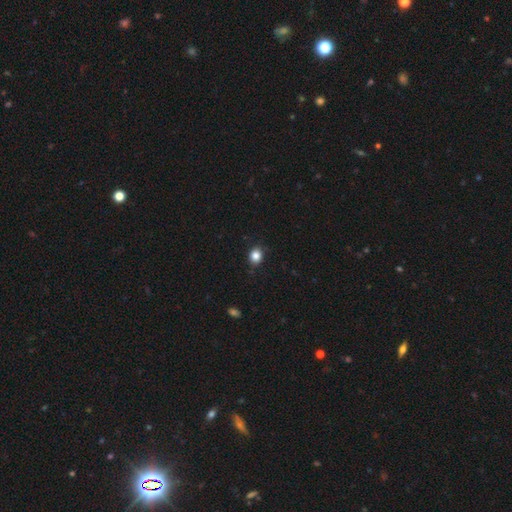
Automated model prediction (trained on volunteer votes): Morphology: type=smooth (85%); roundness=round (66%); merging=none (85%).